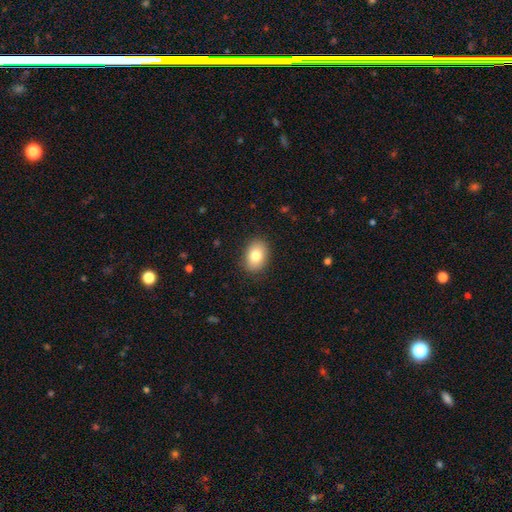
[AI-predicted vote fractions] Smooth or featured? Predicted: smooth (p=0.81). How rounded? Predicted: in between (p=0.75). Merging? Predicted: none (p=0.88).